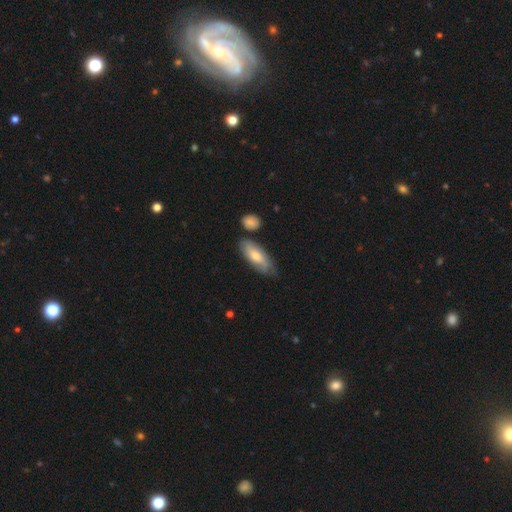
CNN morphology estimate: Smooth or featured? Predicted: smooth (p=0.65). How rounded? Predicted: in between (p=0.73). Merging? Predicted: none (p=0.68).